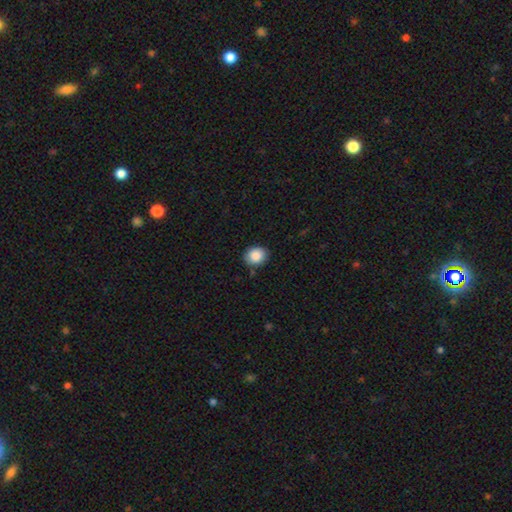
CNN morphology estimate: A smooth galaxy with no disk features (88%) that is round (63%).

Vote fractions:
- Smooth or featured? smooth: 88% / star or artifact: 8% / featured or disk: 4%
- How rounded? round: 63% / in between: 36% / cigar-shaped: 1%
- Merging? none: 85% / minor disturbance: 11% / major disturbance: 2% / merger: 2%